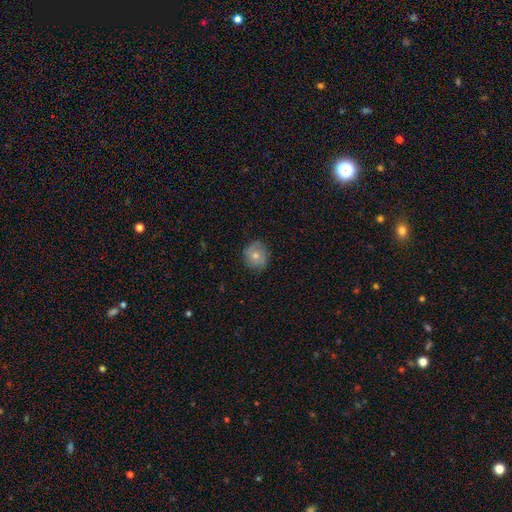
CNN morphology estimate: A smooth galaxy with no disk features (69%) that is round (89%).

Vote fractions:
- Smooth or featured? smooth: 69% / featured or disk: 22% / star or artifact: 9%
- How rounded? round: 89% / in between: 10% / cigar-shaped: 1%
- Merging? none: 81% / minor disturbance: 15% / major disturbance: 3% / merger: 1%